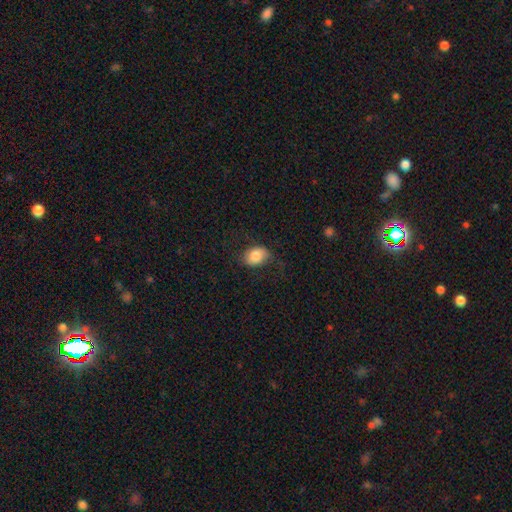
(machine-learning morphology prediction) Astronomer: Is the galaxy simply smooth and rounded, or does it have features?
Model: smooth — 77%.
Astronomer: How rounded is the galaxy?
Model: in between — 73%.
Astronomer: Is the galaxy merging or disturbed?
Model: none — 68%.